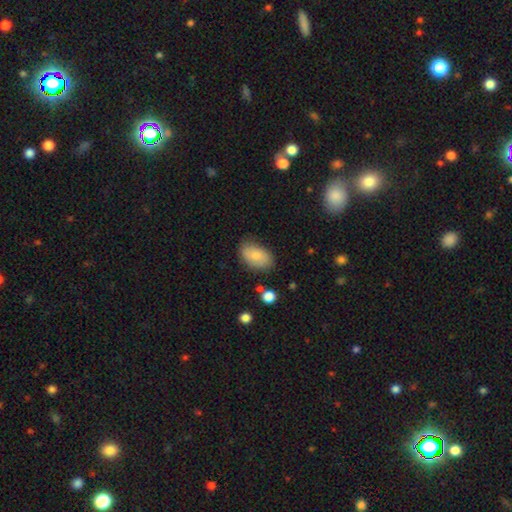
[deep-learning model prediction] smooth_or_featured: smooth (p=0.76) [alt: featured or disk p=0.17]
how_rounded: in between (p=0.91) [alt: round p=0.08]
merging: none (p=0.75) [alt: minor disturbance p=0.19]